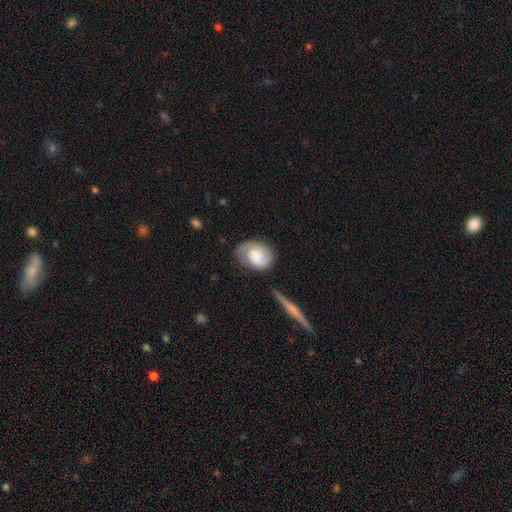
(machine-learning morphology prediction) A smooth galaxy with no disk features (53%) that is in between round and cigar-shaped (63%). Merging: none (71%).